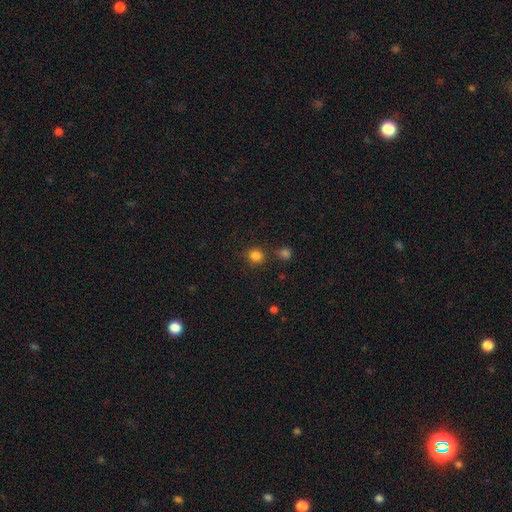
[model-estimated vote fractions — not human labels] A smooth galaxy with no disk features (82%) that is round (85%).

Vote fractions:
- Smooth or featured? smooth: 82% / star or artifact: 14% / featured or disk: 4%
- How rounded? round: 85% / in between: 14% / cigar-shaped: 1%
- Merging? none: 78% / minor disturbance: 9% / merger: 9% / major disturbance: 4%